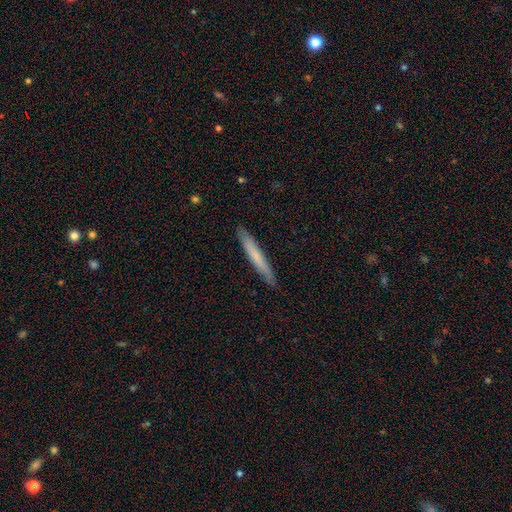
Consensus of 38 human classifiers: This appears to be a smooth galaxy with no disk features (66%) that is cigar-shaped (92%). Merging: none (91%).